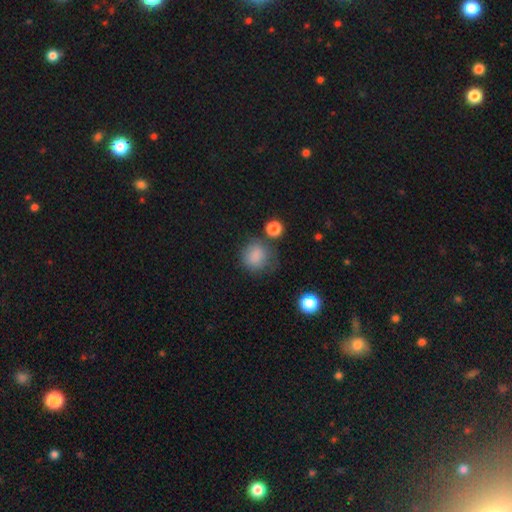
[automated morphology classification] Smooth or featured? smooth (83%)
How rounded? round (78%)
Merging? none (64%)